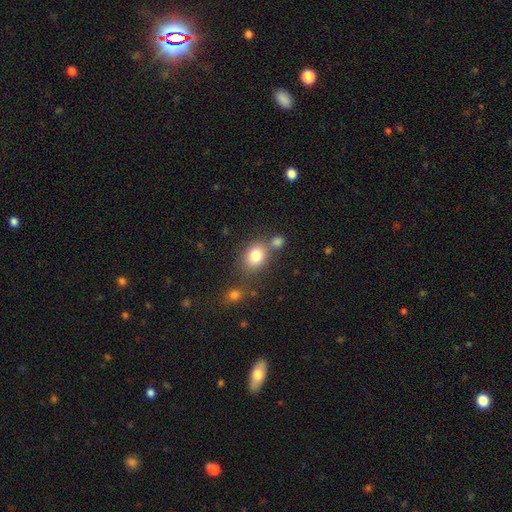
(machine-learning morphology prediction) smooth_or_featured: smooth (p=0.81) [alt: star or artifact p=0.10]
how_rounded: in between (p=0.52) [alt: round p=0.47]
merging: none (p=0.58) [alt: merger p=0.24]